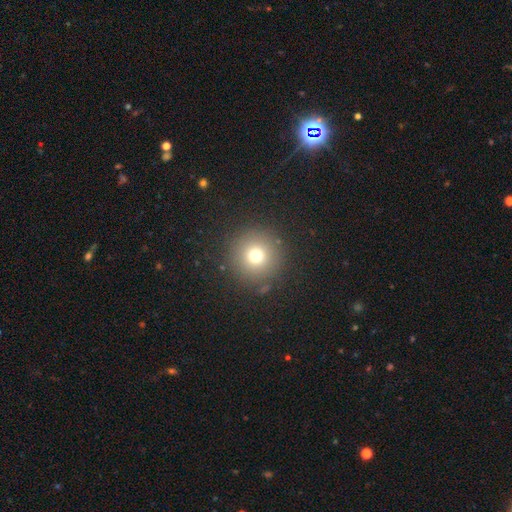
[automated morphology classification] Smooth or featured: smooth — 73% (star or artifact — 17%)
How rounded: round — 96% (in between — 3%)
Merging: none — 88% (minor disturbance — 7%)